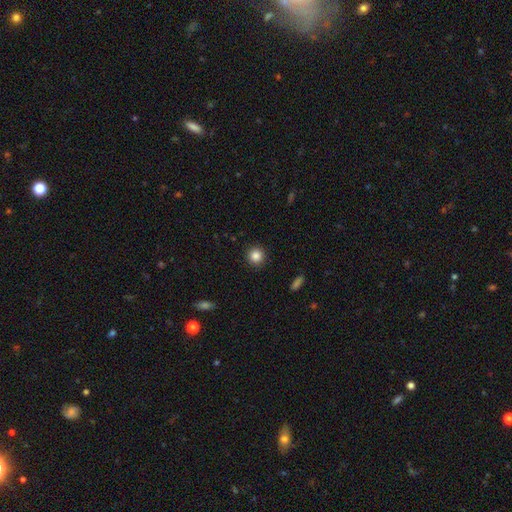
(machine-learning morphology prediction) This is clearly a smooth galaxy (85%). How rounded: clearly round (94%). Merging: clearly none (92%).